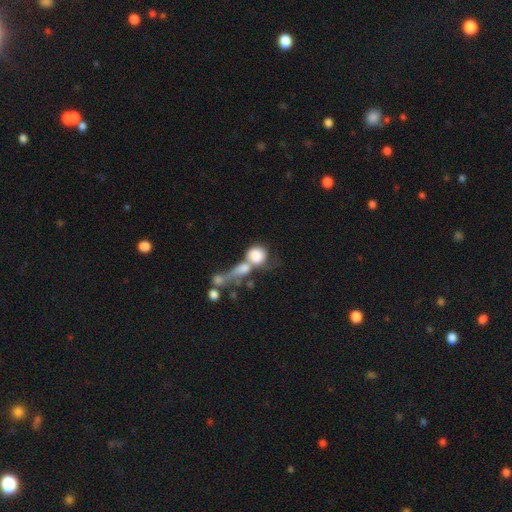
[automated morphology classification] smooth 70%, featured or disk 21%, star or artifact 9%. Down the decision tree: how rounded — round (74%); merging — merger (60%).